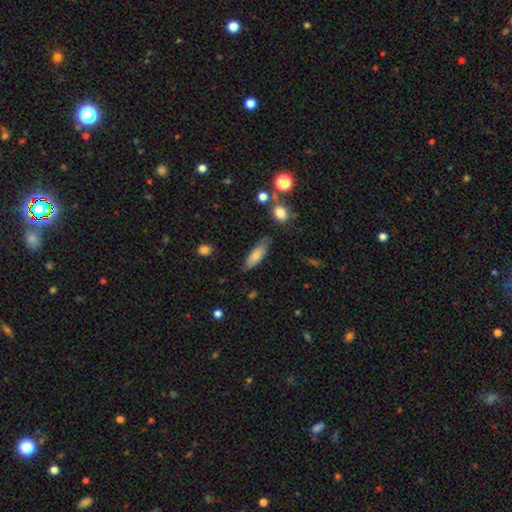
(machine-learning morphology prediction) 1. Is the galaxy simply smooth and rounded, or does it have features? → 79% smooth, 15% featured or disk, 7% star or artifact.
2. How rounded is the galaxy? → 57% in between, 41% cigar-shaped, 2% round.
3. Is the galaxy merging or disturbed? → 71% none, 21% minor disturbance, 5% major disturbance, 3% merger.